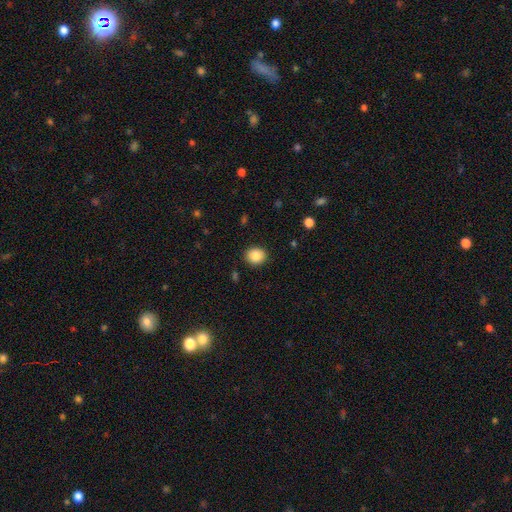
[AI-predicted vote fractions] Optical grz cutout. It shows a smooth galaxy with no disk features (86%) that is round (75%). Merging: none (89%).